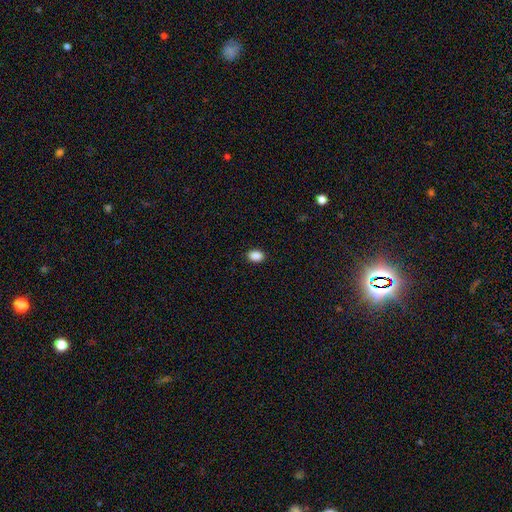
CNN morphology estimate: smooth_or_featured: smooth (p=0.89) [alt: star or artifact p=0.09]
how_rounded: in between (p=0.78) [alt: round p=0.21]
merging: none (p=0.90) [alt: minor disturbance p=0.07]